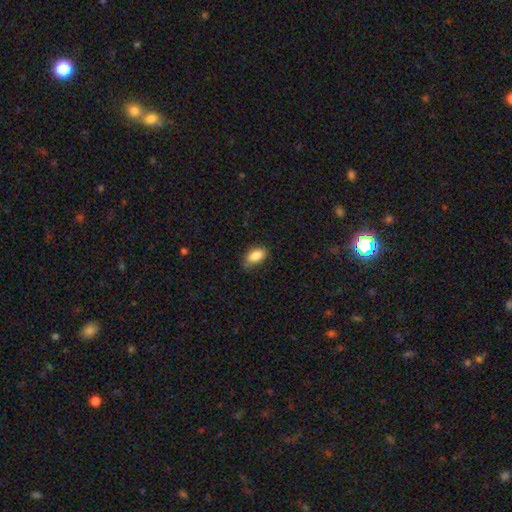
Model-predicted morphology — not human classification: Overall: smooth (88%). How rounded: in between (92%). Merging: none (69%).